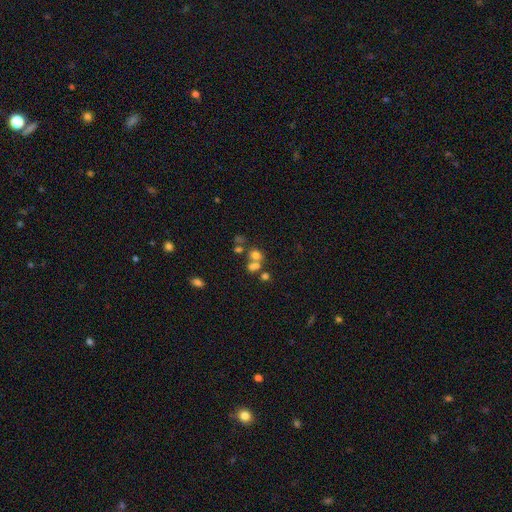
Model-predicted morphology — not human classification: A smooth galaxy with no disk features (65%) that is round (63%).

Vote fractions:
- Smooth or featured? smooth: 65% / star or artifact: 19% / featured or disk: 16%
- How rounded? round: 63% / in between: 35% / cigar-shaped: 1%
- Merging? merger: 44% / none: 41% / minor disturbance: 9% / major disturbance: 6%